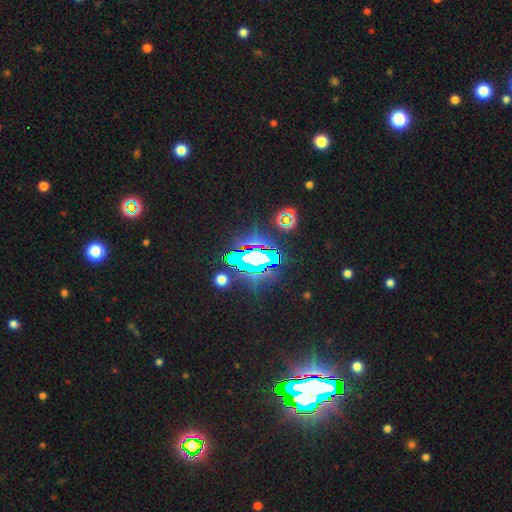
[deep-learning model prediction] A star or artifact, not a galaxy (70%).

Vote fractions:
- Smooth or featured? star or artifact: 70% / smooth: 17% / featured or disk: 13%